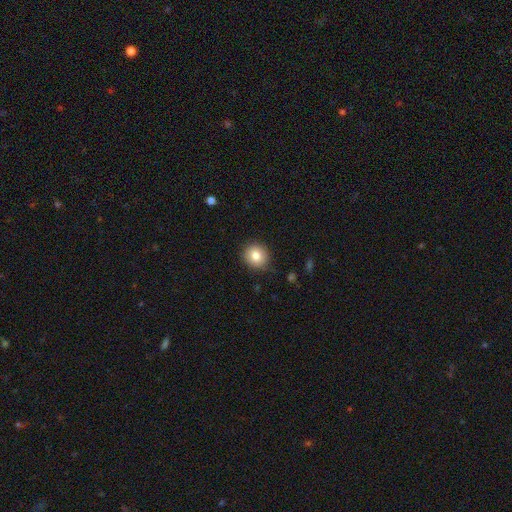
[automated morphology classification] The model was most divided on "smooth or featured": smooth: 82%, star or artifact: 9%, featured or disk: 8%. More confident: how rounded — round (88%); merging — none (87%).